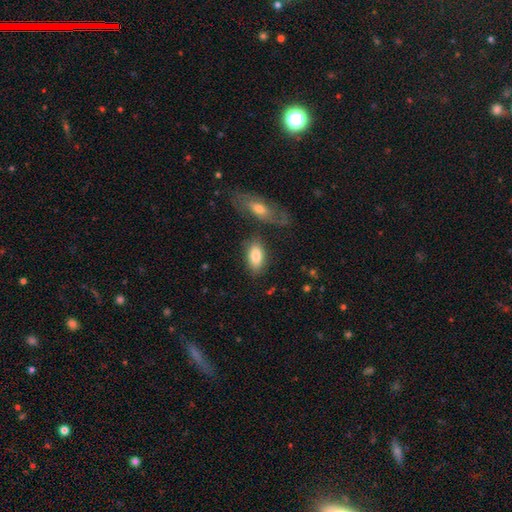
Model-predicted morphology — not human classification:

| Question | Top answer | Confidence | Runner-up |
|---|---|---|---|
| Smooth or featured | smooth | 81% | featured or disk (13%) |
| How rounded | in between | 89% | cigar-shaped (8%) |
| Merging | none | 73% | minor disturbance (14%) |